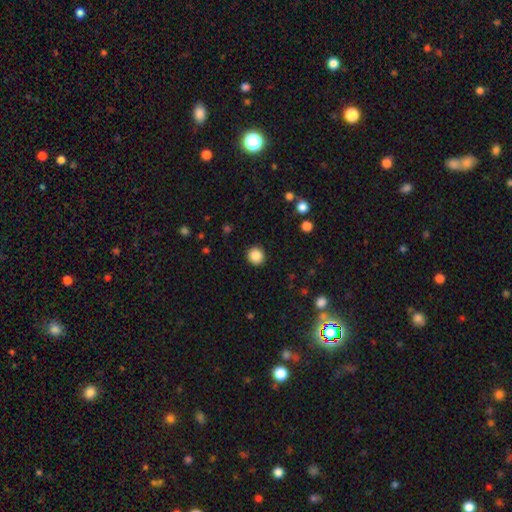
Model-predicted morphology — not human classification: Smooth or featured? smooth (86%)
How rounded? round (92%)
Merging? none (92%)